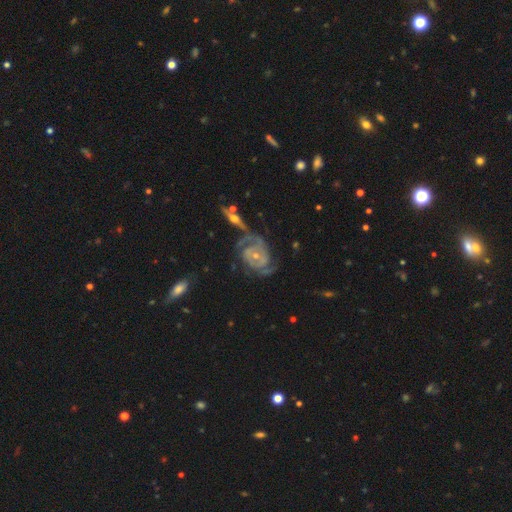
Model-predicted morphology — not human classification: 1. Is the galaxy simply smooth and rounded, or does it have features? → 90% featured or disk, 5% star or artifact, 5% smooth.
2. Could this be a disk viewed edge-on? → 97% no, 3% yes.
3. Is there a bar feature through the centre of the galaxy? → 61% no, 29% weak, 10% strong.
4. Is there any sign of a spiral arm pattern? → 97% yes, 3% no.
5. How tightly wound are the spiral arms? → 56% tight, 36% medium, 9% loose.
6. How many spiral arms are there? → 61% 2, 17% 3, 11% can't tell, 4% 4, 4% 1, 3% more than 4.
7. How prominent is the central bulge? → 64% small, 31% moderate, 2% none, 1% large, 1% dominant.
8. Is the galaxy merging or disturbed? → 50% none, 20% minor disturbance, 15% major disturbance, 15% merger.